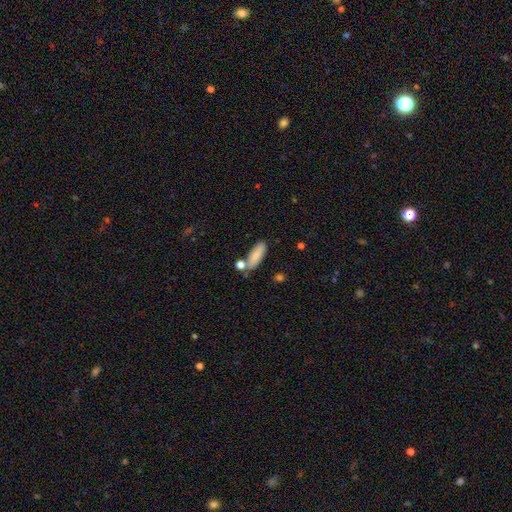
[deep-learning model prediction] This appears to be a smooth galaxy with no disk features (83%) that is in between round and cigar-shaped (61%). Merging: none (69%).